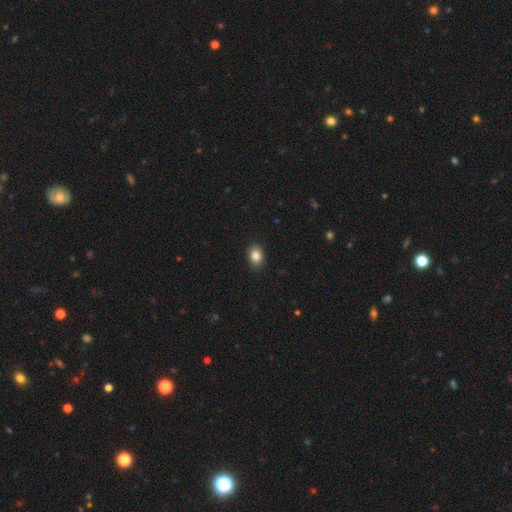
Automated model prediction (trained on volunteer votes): A smooth galaxy with no disk features (85%) that is in between round and cigar-shaped (68%). Merging: none (89%).